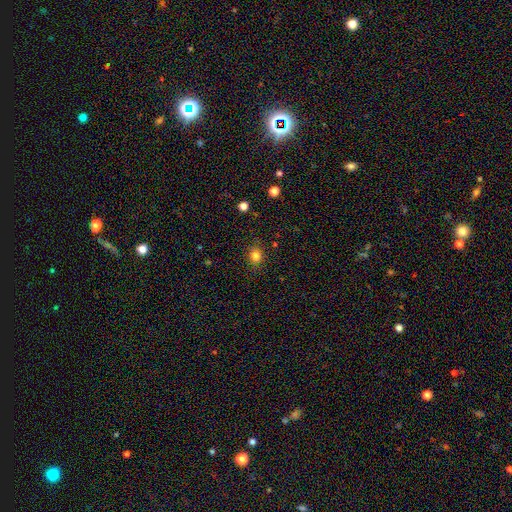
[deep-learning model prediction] smooth-or-featured: smooth: 82% | star or artifact: 12% | featured or disk: 6%
  how-rounded: round: 57% | in between: 42% | cigar-shaped: 1%
  merging: none: 85% | minor disturbance: 11% | major disturbance: 3% | merger: 1%